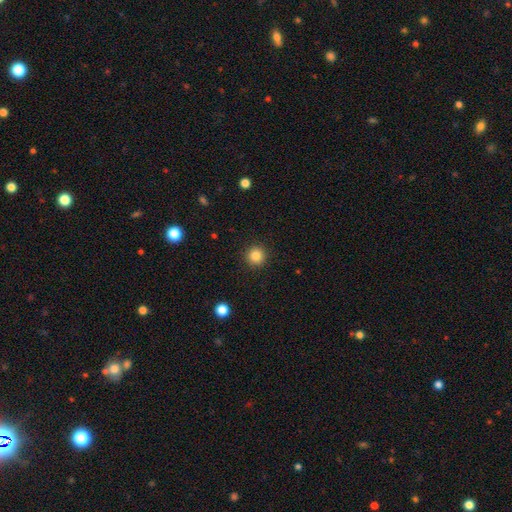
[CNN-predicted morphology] This is clearly a smooth galaxy (84%). How rounded: clearly round (95%). Merging: clearly none (92%).